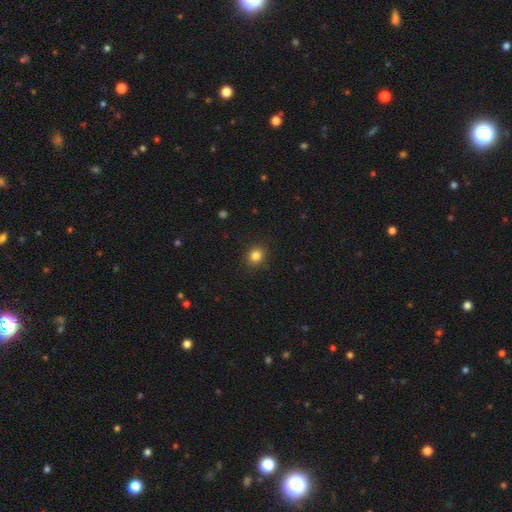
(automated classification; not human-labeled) Q: Smooth or featured?
A: smooth (84%); runner-up: star or artifact (11%)
Q: How rounded?
A: round (68%); runner-up: in between (31%)
Q: Merging?
A: none (89%); runner-up: minor disturbance (8%)